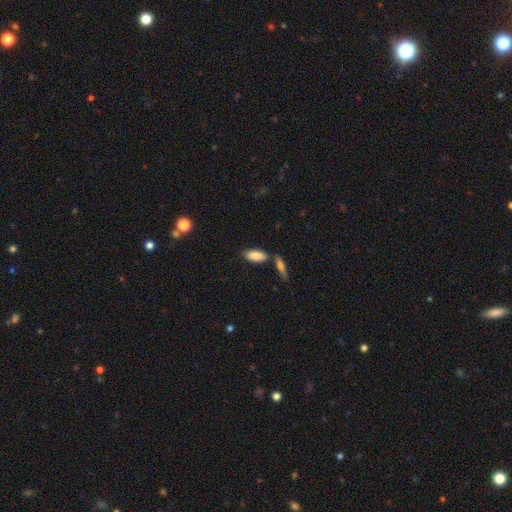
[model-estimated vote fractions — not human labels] Morphology: type=smooth (85%); roundness=in between (87%); merging=none (71%).